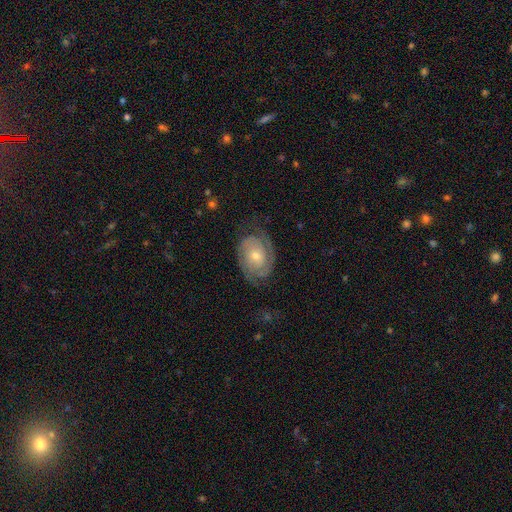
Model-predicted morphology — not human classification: Smooth or featured? featured or disk (80%)
Edge-on disk? no (97%)
Bar? no (75%)
Spiral arms? yes (94%)
Spiral winding? tight (65%)
Spiral arm count? 2 (71%)
Bulge size? small (48%)
Merging? none (74%)